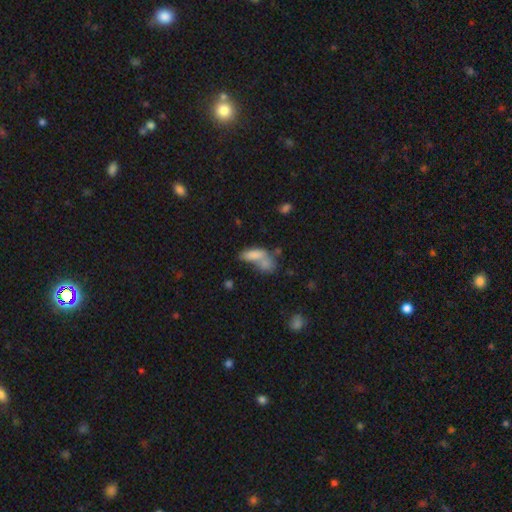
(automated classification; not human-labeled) smooth_or_featured: smooth (p=0.77) [alt: featured or disk p=0.14]
how_rounded: in between (p=0.76) [alt: cigar-shaped p=0.20]
merging: merger (p=0.58) [alt: none p=0.24]